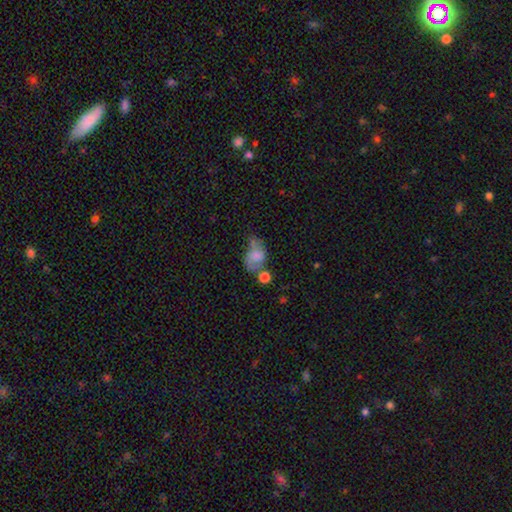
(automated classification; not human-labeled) A smooth galaxy with no disk features (60%) that is in between round and cigar-shaped (78%).

Vote fractions:
- Smooth or featured? smooth: 60% / featured or disk: 30% / star or artifact: 10%
- How rounded? in between: 78% / round: 20% / cigar-shaped: 2%
- Merging? none: 27% / minor disturbance: 26% / merger: 26% / major disturbance: 21%